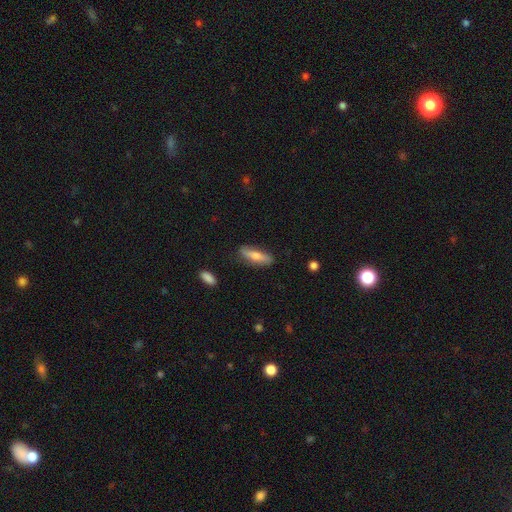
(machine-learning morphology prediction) Smooth or featured? smooth (63%)
How rounded? cigar-shaped (60%)
Merging? none (82%)